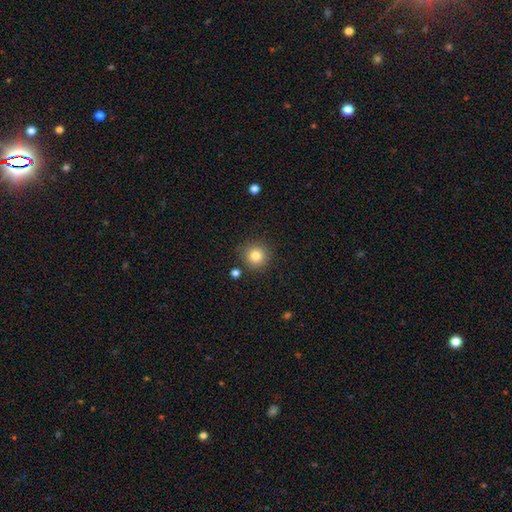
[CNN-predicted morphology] Smooth or featured? smooth (82%)
How rounded? round (94%)
Merging? none (86%)